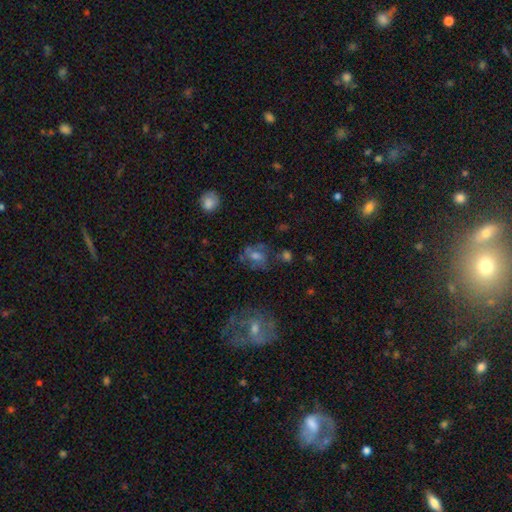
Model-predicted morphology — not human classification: type=featured or disk (44%); merging=none (61%).